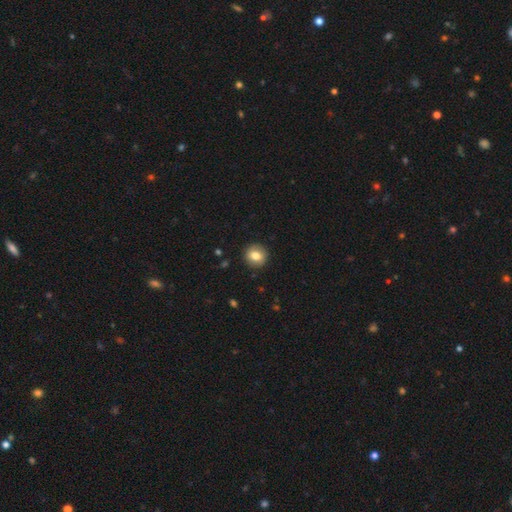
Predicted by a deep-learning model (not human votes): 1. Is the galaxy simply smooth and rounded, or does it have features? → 79% smooth, 12% featured or disk, 9% star or artifact.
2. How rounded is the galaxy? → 89% round, 10% in between, 1% cigar-shaped.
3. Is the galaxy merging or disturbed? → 90% none, 7% minor disturbance, 2% major disturbance, 1% merger.